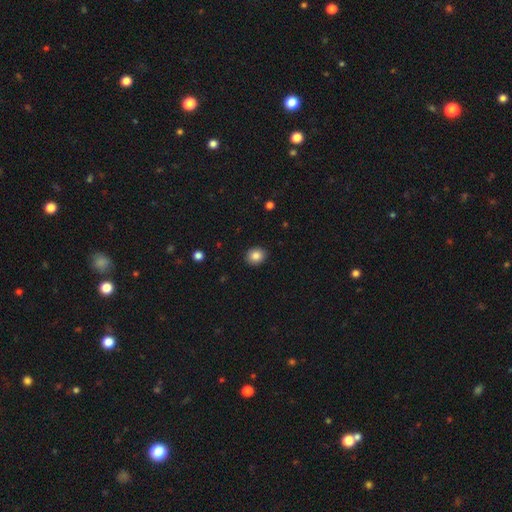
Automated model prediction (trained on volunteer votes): This is clearly a smooth galaxy (85%). How rounded: likely round (67%). Merging: clearly none (91%).